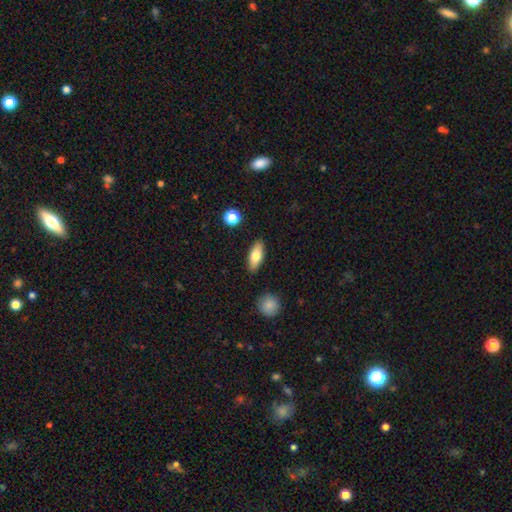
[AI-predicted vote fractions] Smooth or featured? Predicted: smooth (p=0.74). How rounded? Predicted: in between (p=0.74). Merging? Predicted: none (p=0.88).